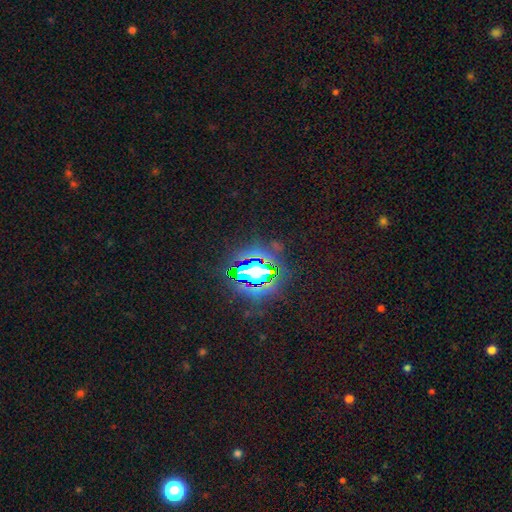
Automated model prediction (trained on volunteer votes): A star or artifact, not a galaxy (71%).

Vote fractions:
- Smooth or featured? star or artifact: 71% / smooth: 17% / featured or disk: 12%